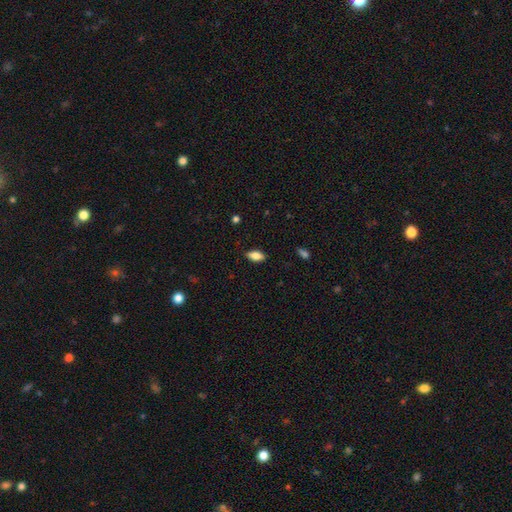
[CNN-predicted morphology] Smooth or featured? Predicted: smooth (p=0.77). How rounded? Predicted: in between (p=0.88). Merging? Predicted: none (p=0.87).